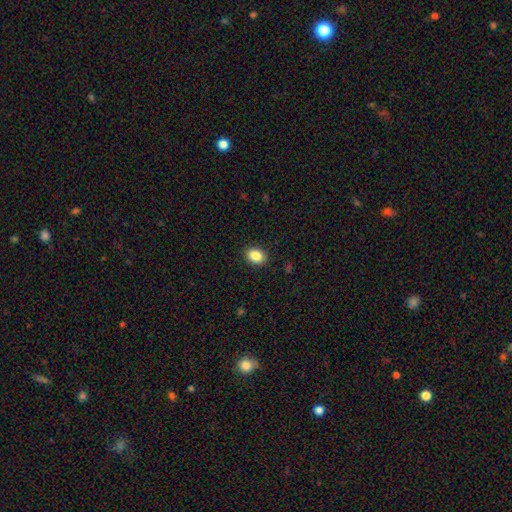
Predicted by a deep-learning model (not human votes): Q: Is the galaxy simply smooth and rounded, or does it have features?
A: smooth — 86%.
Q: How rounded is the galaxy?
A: in between — 68%.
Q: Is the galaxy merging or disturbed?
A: none — 89%.